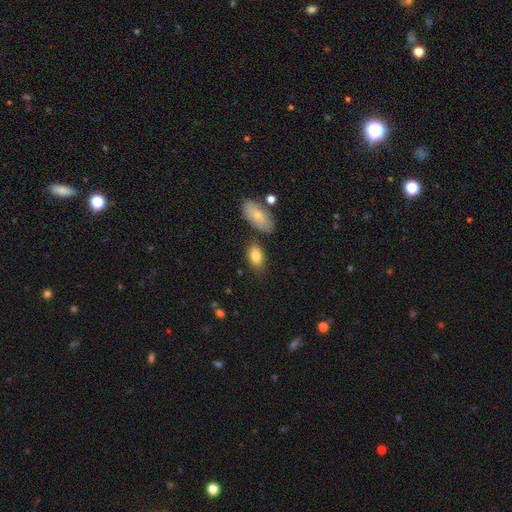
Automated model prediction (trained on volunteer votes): Morphology: type=smooth (82%); roundness=in between (89%); merging=none (75%).